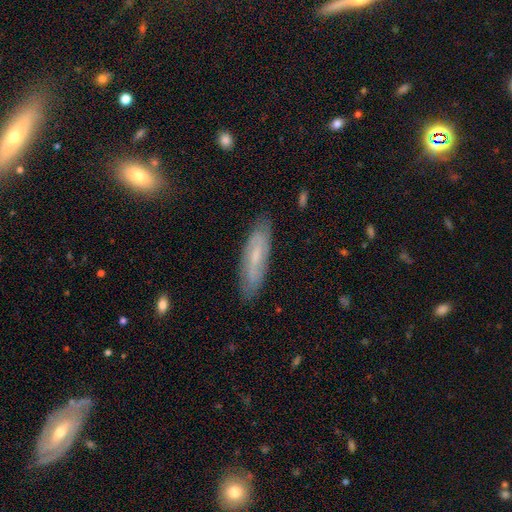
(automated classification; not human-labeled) Q: Smooth or featured?
A: featured or disk (48%); runner-up: smooth (44%)
Q: Merging?
A: none (84%); runner-up: minor disturbance (12%)